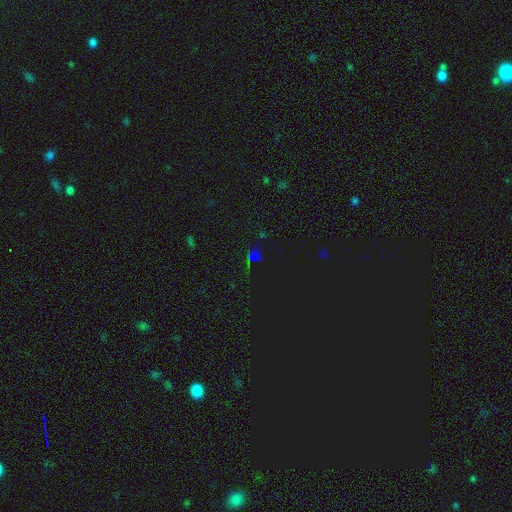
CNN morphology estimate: Overall: star or artifact (67%).